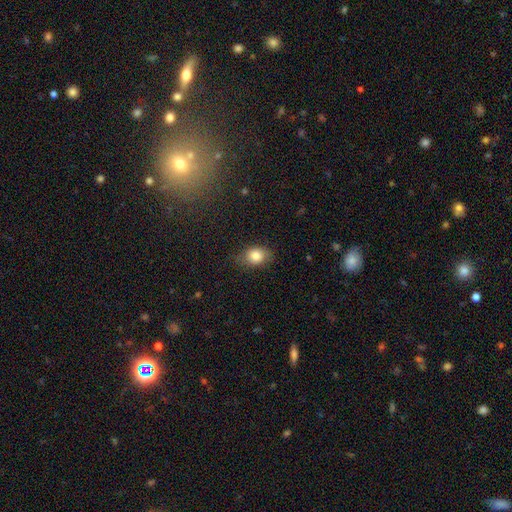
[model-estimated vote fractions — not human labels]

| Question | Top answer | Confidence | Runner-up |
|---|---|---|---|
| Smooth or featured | smooth | 81% | featured or disk (9%) |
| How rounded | in between | 66% | round (33%) |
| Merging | none | 72% | minor disturbance (21%) |